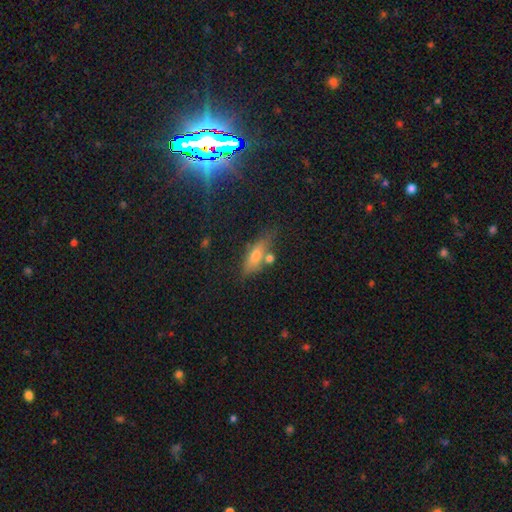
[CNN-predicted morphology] Smooth or featured? smooth (59%)
How rounded? in between (60%)
Merging? none (62%)